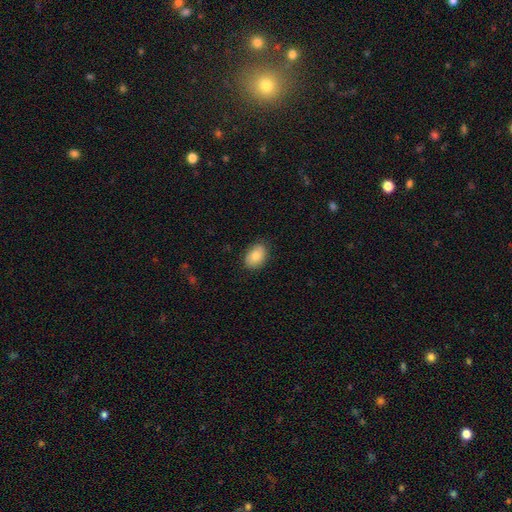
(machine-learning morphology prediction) This appears to be a smooth galaxy with no disk features (81%) that is in between round and cigar-shaped (78%). Merging: none (85%).